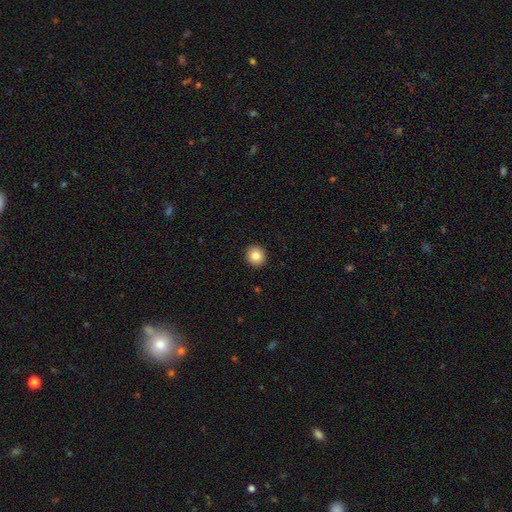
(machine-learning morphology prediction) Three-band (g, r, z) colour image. It shows a smooth galaxy with no disk features (84%) that is round (89%). Merging: none (93%).